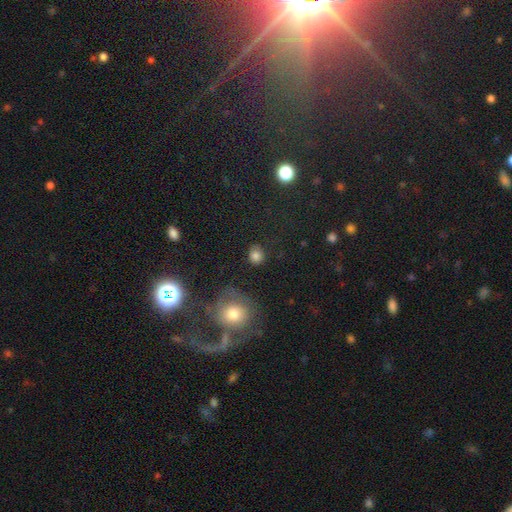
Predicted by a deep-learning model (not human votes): Smooth or featured?
  - smooth: 81% *
  - star or artifact: 12%
  - featured or disk: 7%
How rounded?
  - round: 75% *
  - in between: 24%
  - cigar-shaped: 1%
Merging?
  - none: 81% *
  - minor disturbance: 12%
  - major disturbance: 5%
  - merger: 2%